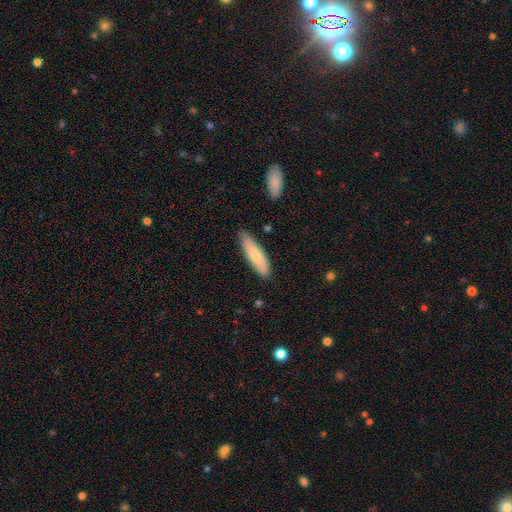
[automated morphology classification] Smooth or featured? smooth (76%)
How rounded? cigar-shaped (52%)
Merging? none (79%)